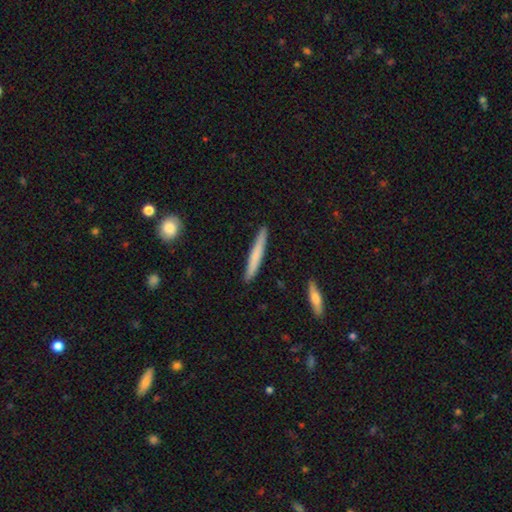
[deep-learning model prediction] Q: Smooth or featured?
A: smooth (69%); runner-up: featured or disk (26%)
Q: How rounded?
A: cigar-shaped (96%); runner-up: in between (3%)
Q: Merging?
A: none (91%); runner-up: minor disturbance (6%)